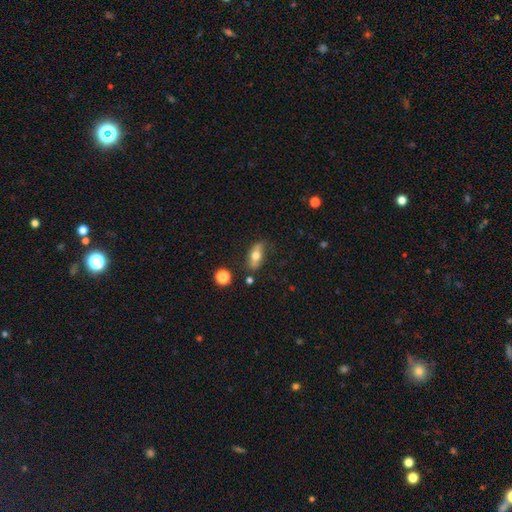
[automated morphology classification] smooth_or_featured: smooth (p=0.56) [alt: featured or disk p=0.36]
how_rounded: in between (p=0.73) [alt: cigar-shaped p=0.20]
merging: none (p=0.68) [alt: minor disturbance p=0.21]